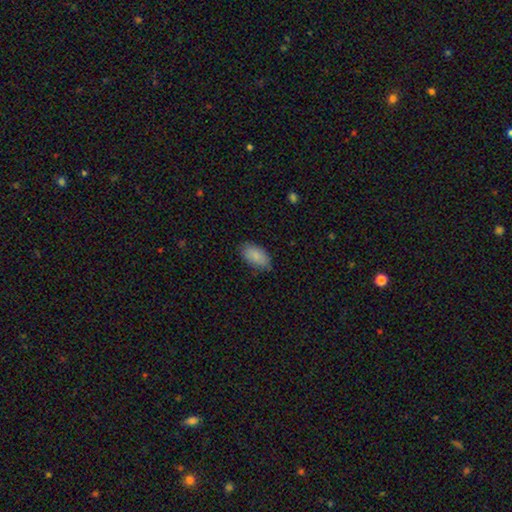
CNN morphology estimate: Smooth or featured? Predicted: smooth (p=0.87). How rounded? Predicted: in between (p=0.94). Merging? Predicted: none (p=0.82).